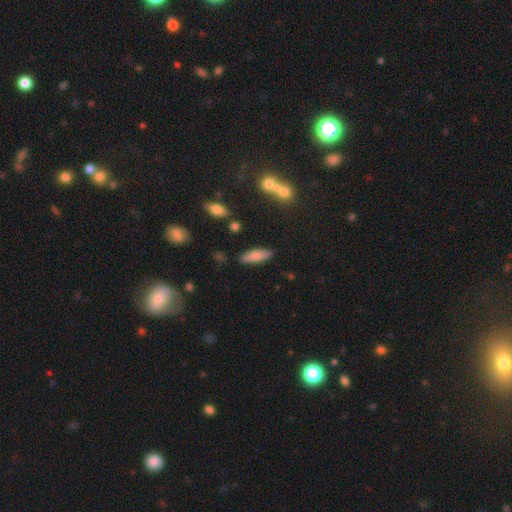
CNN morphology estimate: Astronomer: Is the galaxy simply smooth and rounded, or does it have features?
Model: smooth — 75%.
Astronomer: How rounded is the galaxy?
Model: in between — 55% (runner-up: cigar-shaped, 43%).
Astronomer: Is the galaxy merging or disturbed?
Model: none — 85%.